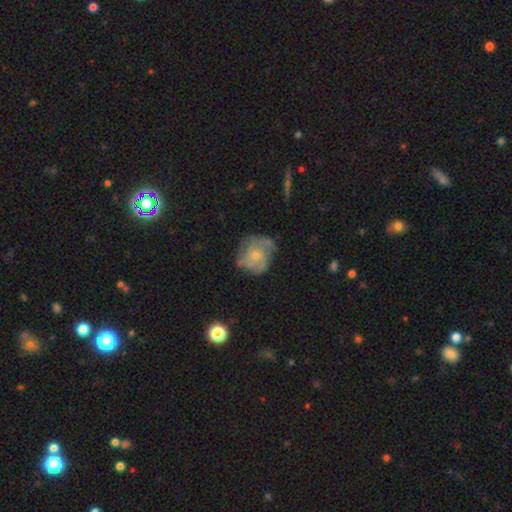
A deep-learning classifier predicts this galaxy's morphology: featured or disk 68%, smooth 25%, star or artifact 7%. Down the decision tree: edge-on disk — no (98%); bar — no (81%); spiral arms — yes (84%); spiral arm count — can't tell (33%); spiral winding — tight (48%); bulge size — small (63%); merging — none (58%).